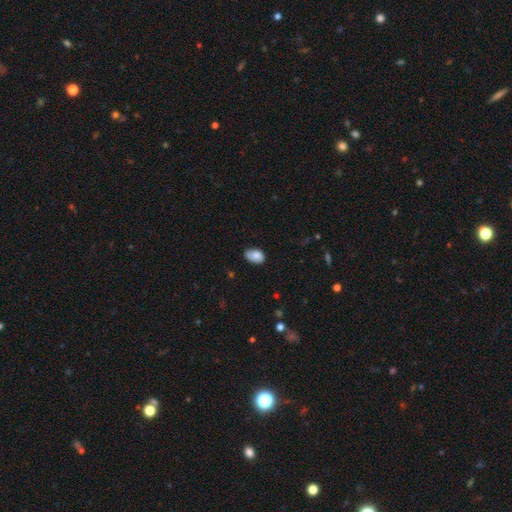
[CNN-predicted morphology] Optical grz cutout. It shows a smooth galaxy with no disk features (80%) that is in between round and cigar-shaped (87%). Merging: none (63%).